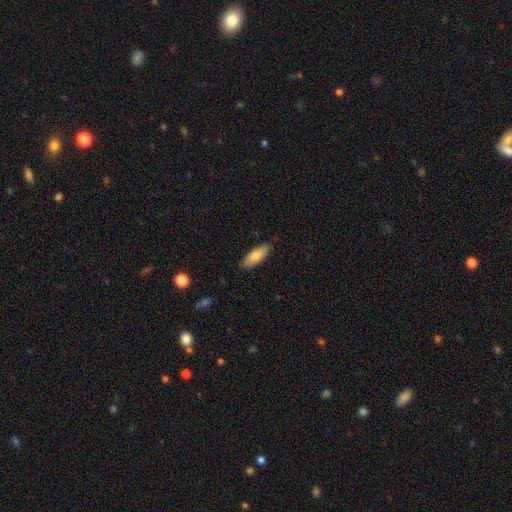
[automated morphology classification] This appears to be a smooth galaxy with no disk features (77%) that is in between round and cigar-shaped (65%). Merging: none (85%).